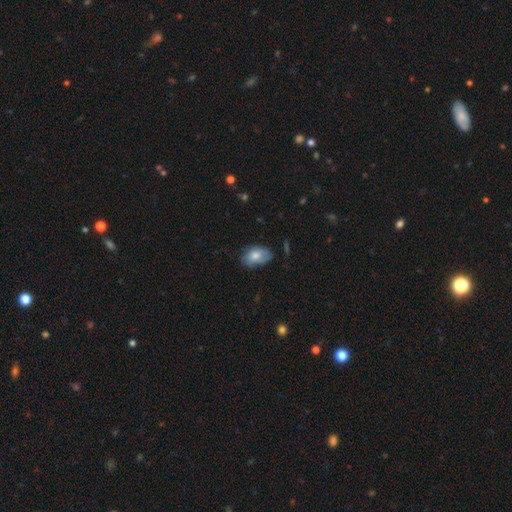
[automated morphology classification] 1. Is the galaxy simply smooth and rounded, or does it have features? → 75% smooth, 18% featured or disk, 7% star or artifact.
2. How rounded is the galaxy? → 89% in between, 10% round, 1% cigar-shaped.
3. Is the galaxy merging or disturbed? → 63% none, 29% minor disturbance, 6% major disturbance, 2% merger.